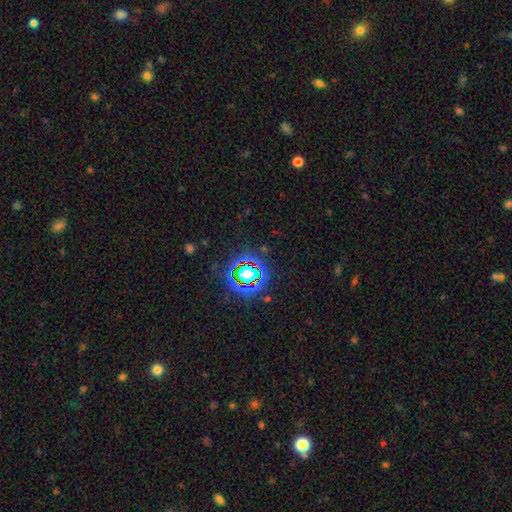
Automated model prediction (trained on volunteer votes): The model was most divided on "smooth or featured": star or artifact: 80%, smooth: 12%, featured or disk: 8%.